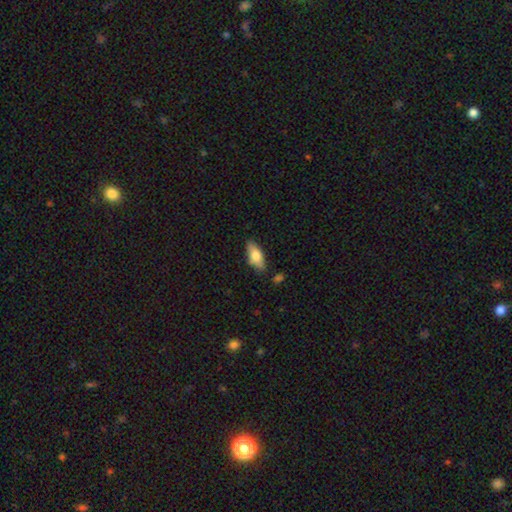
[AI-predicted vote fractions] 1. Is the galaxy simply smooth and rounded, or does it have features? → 70% smooth, 23% featured or disk, 6% star or artifact.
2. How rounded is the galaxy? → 76% in between, 22% cigar-shaped, 3% round.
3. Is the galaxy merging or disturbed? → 78% none, 16% minor disturbance, 3% merger, 3% major disturbance.